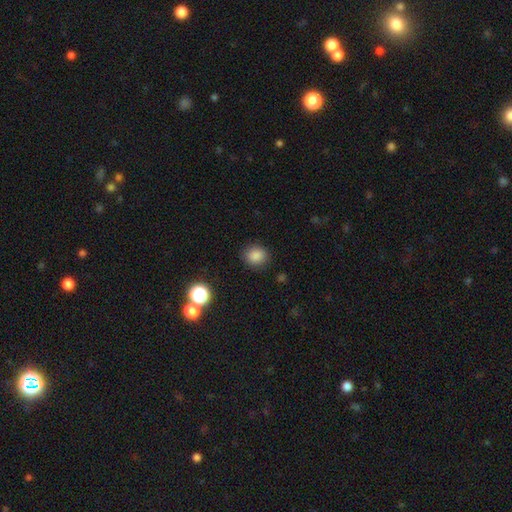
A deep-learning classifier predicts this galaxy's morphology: smooth 84%, star or artifact 12%, featured or disk 4%. Down the decision tree: how rounded — round (76%); merging — none (88%).